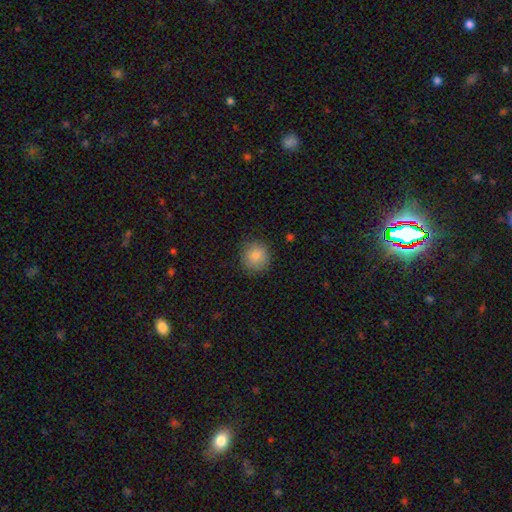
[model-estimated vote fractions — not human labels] This is clearly a smooth galaxy (85%). How rounded: clearly round (91%). Merging: clearly none (85%).